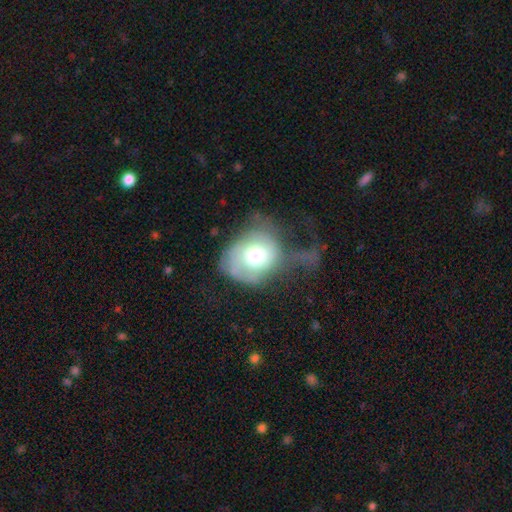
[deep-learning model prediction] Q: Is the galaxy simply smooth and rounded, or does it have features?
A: smooth — 60%.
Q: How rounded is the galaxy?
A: round — 63%.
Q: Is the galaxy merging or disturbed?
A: major disturbance — 47%.